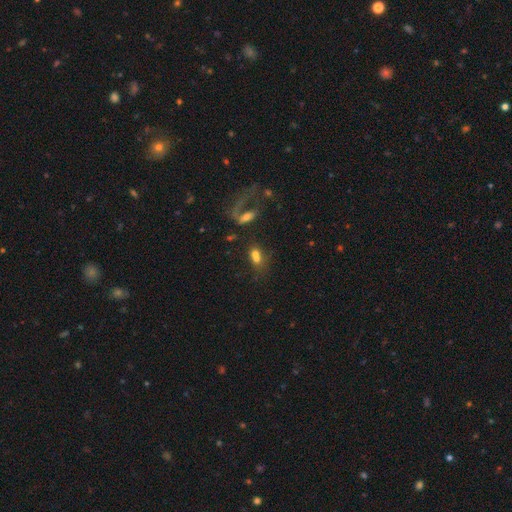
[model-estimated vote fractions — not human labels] Smooth or featured? smooth (64%)
How rounded? in between (72%)
Merging? merger (47%)